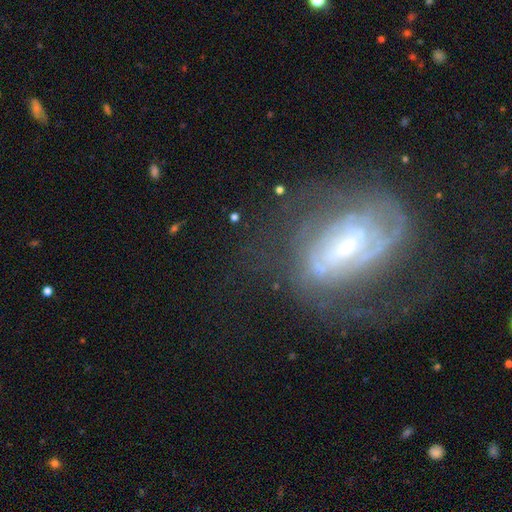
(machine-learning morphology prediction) This appears to be a featured or disk galaxy (79%) with a weak bar (38%), tight (54%) spiral arms (85%) and a small central bulge (65%). Merging: none (55%).